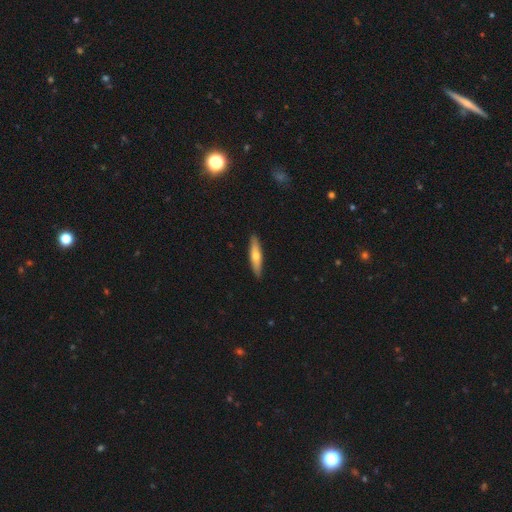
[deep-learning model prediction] Q: Smooth or featured?
A: smooth (56%); runner-up: featured or disk (39%)
Q: How rounded?
A: cigar-shaped (81%); runner-up: in between (17%)
Q: Merging?
A: none (91%); runner-up: minor disturbance (7%)